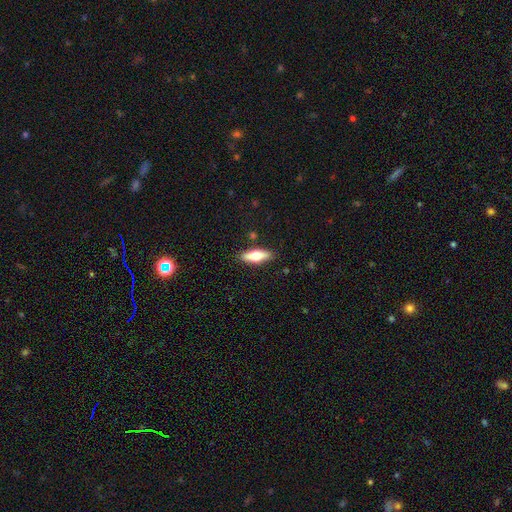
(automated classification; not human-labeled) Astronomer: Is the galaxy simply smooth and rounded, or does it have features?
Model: smooth — 58% (runner-up: featured or disk, 36%).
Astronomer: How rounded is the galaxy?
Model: in between — 54% (runner-up: cigar-shaped, 44%).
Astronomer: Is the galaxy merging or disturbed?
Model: none — 87%.